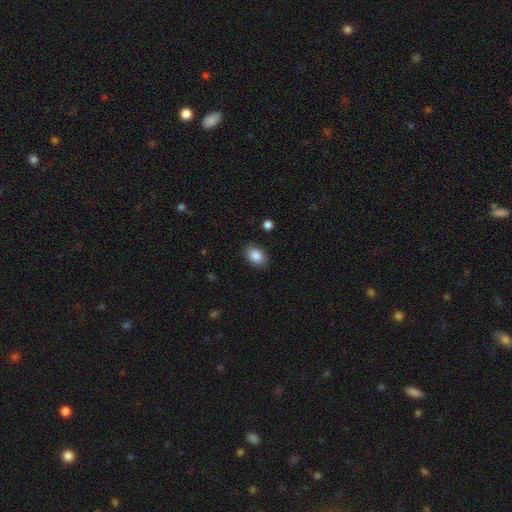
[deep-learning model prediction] Overall: smooth (87%). How rounded: in between (77%). Merging: none (87%).